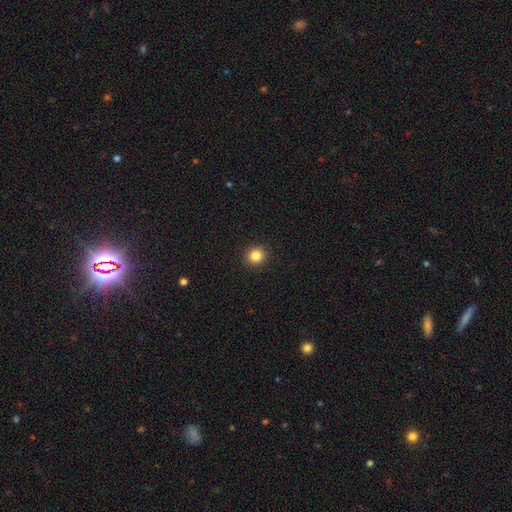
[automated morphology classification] smooth_or_featured: smooth (p=0.84) [alt: star or artifact p=0.11]
how_rounded: round (p=0.91) [alt: in between p=0.08]
merging: none (p=0.92) [alt: minor disturbance p=0.05]